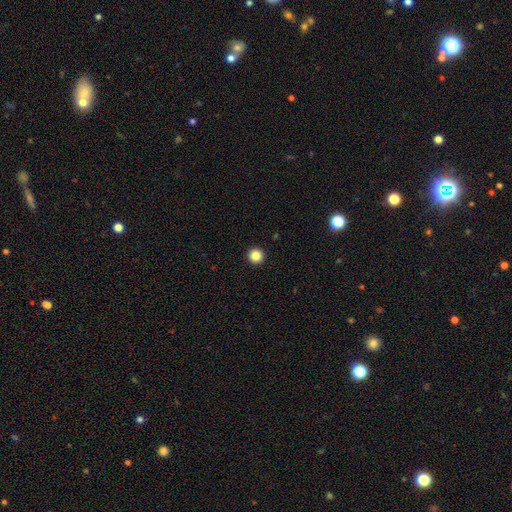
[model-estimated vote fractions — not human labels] The model was most divided on "smooth or featured": smooth: 86%, star or artifact: 10%, featured or disk: 3%. More confident: how rounded — round (97%); merging — none (94%).